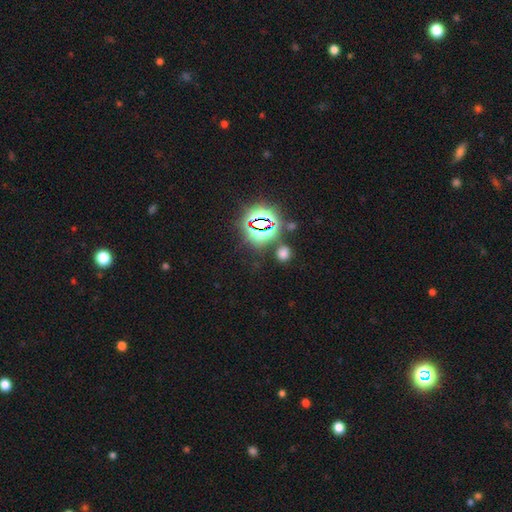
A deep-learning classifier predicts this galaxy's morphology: A star or artifact, not a galaxy (82%).

Vote fractions:
- Smooth or featured? star or artifact: 82% / smooth: 11% / featured or disk: 7%